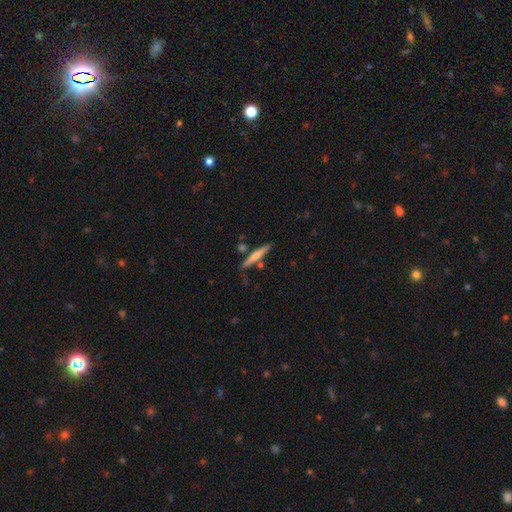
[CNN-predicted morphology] Smooth or featured? featured or disk (48%)
Merging? none (80%)